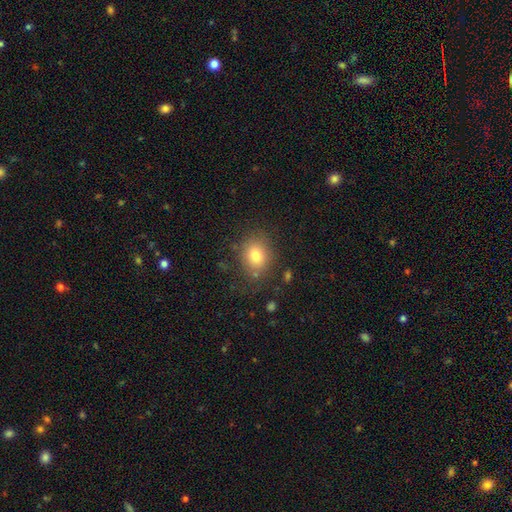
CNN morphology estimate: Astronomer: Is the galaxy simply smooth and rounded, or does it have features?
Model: smooth — 78%.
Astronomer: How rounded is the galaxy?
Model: round — 63%.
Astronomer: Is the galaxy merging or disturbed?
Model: none — 79%.